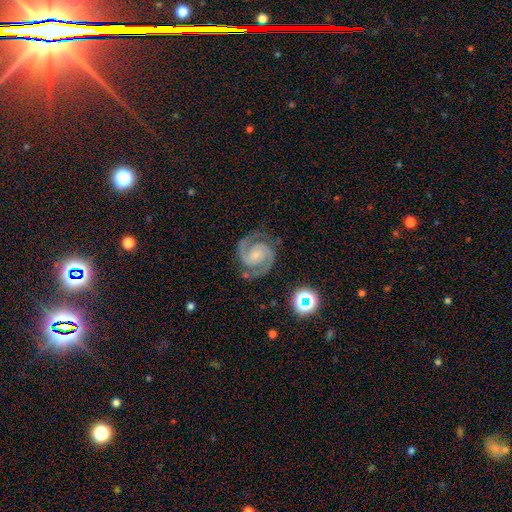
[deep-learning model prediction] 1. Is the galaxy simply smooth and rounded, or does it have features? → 91% featured or disk, 5% star or artifact, 3% smooth.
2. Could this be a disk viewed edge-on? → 98% no, 2% yes.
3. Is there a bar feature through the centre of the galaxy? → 56% no, 32% weak, 11% strong.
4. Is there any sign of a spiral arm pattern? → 99% yes, 1% no.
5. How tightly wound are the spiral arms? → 51% medium, 43% tight, 6% loose.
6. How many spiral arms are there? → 93% 2, 2% 3, 2% can't tell, 1% 1, 1% 4, 1% more than 4.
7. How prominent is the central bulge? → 64% small, 21% moderate, 11% none, 2% large, 1% dominant.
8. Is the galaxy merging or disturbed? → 81% none, 13% minor disturbance, 4% major disturbance, 2% merger.